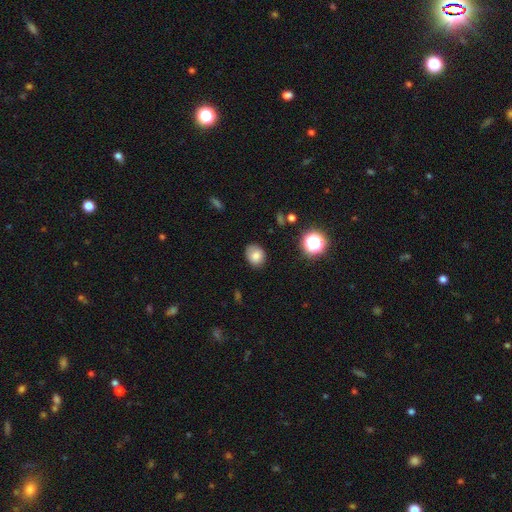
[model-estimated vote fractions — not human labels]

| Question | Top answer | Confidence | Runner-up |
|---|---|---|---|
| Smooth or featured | smooth | 79% | star or artifact (12%) |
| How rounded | round | 56% | in between (44%) |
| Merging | none | 78% | minor disturbance (17%) |